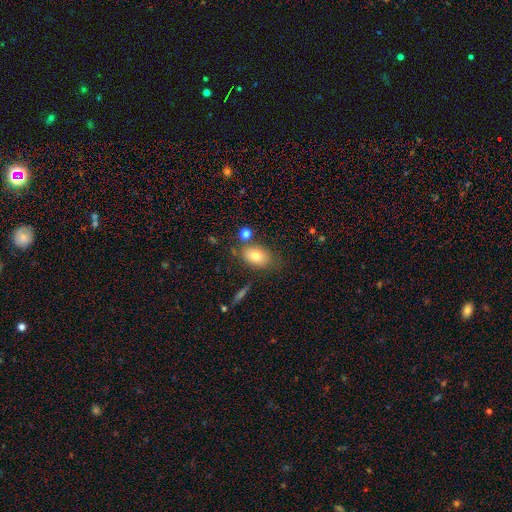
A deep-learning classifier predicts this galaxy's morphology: Smooth or featured?
  - smooth: 77% *
  - featured or disk: 14%
  - star or artifact: 9%
How rounded?
  - in between: 85% *
  - round: 14%
  - cigar-shaped: 2%
Merging?
  - none: 70% *
  - minor disturbance: 16%
  - merger: 8%
  - major disturbance: 5%